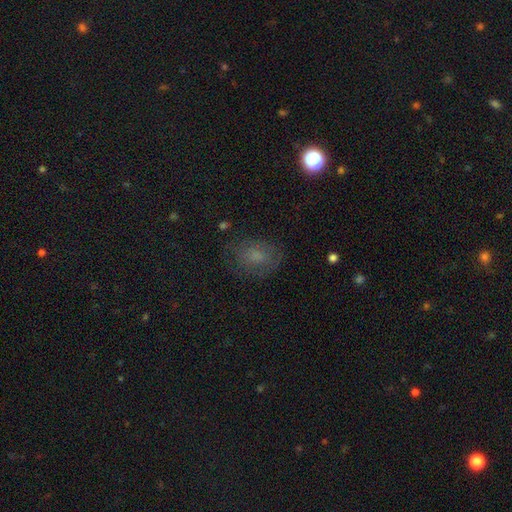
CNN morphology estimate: Smooth or featured? Predicted: smooth (p=0.57). How rounded? Predicted: in between (p=0.61). Merging? Predicted: none (p=0.70).